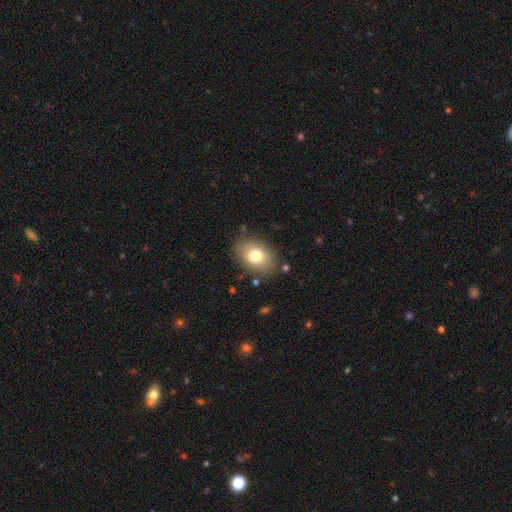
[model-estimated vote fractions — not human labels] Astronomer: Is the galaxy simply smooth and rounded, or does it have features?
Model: smooth — 79%.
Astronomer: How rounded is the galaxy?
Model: in between — 75%.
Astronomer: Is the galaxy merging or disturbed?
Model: none — 81%.